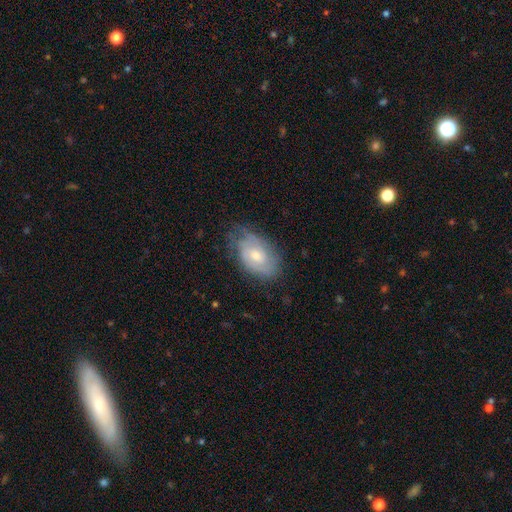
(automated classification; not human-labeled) Smooth or featured?
  - featured or disk: 57% *
  - smooth: 35%
  - star or artifact: 7%
Edge-on disk?
  - no: 94% *
  - yes: 6%
Bar?
  - no: 65% *
  - weak: 31%
  - strong: 5%
Spiral arms?
  - yes: 76% *
  - no: 24%
Bulge size?
  - moderate: 58% *
  - small: 37%
  - large: 3%
  - none: 1%
  - dominant: 1%
Merging?
  - none: 61% *
  - minor disturbance: 29%
  - major disturbance: 9%
  - merger: 1%